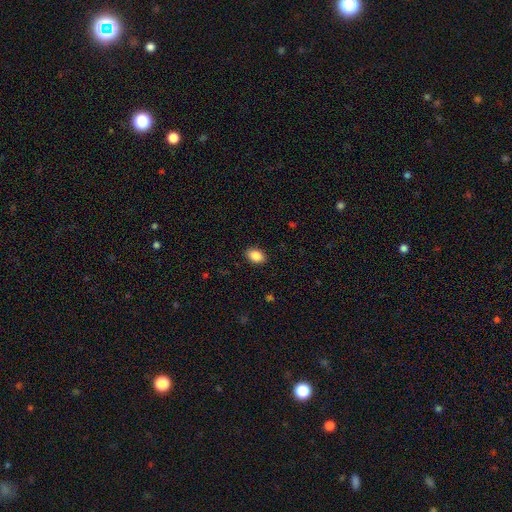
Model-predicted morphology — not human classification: Smooth or featured?
  - smooth: 88% *
  - star or artifact: 8%
  - featured or disk: 4%
How rounded?
  - in between: 83% *
  - round: 16%
  - cigar-shaped: 1%
Merging?
  - none: 89% *
  - minor disturbance: 8%
  - major disturbance: 2%
  - merger: 1%